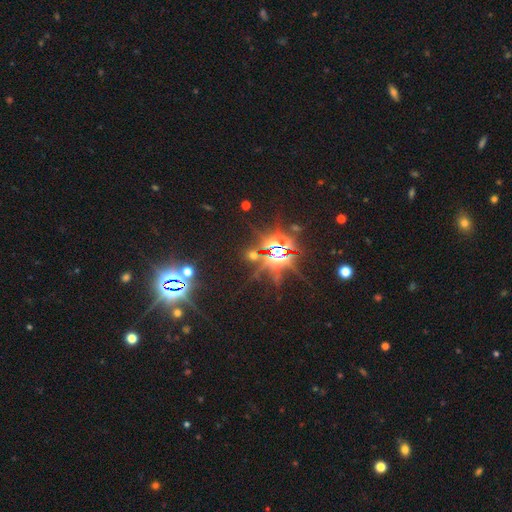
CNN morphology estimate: star or artifact 84%, featured or disk 9%, smooth 7%.